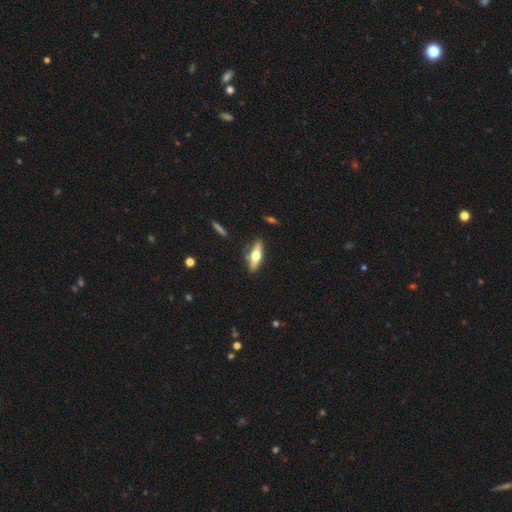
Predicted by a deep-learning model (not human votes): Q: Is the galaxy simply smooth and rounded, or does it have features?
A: featured or disk — 47%.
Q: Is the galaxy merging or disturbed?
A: none — 81%.